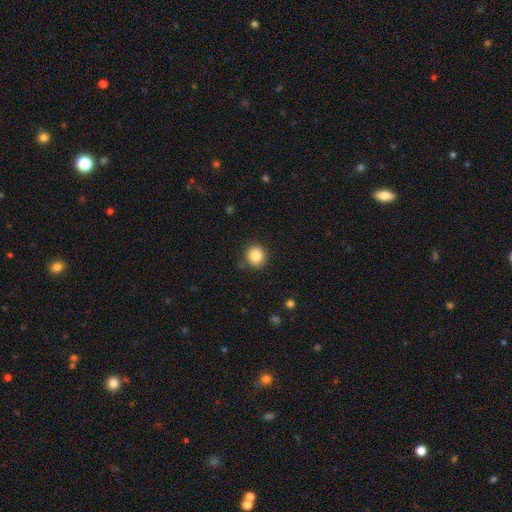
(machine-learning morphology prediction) Smooth or featured: smooth — 85% (star or artifact — 10%)
How rounded: round — 89% (in between — 10%)
Merging: none — 86% (minor disturbance — 10%)